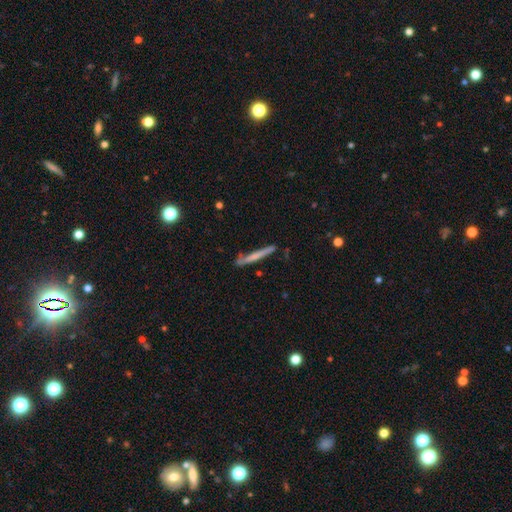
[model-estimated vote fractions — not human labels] smooth-or-featured: smooth: 52% | featured or disk: 42% | star or artifact: 6%
  how-rounded: cigar-shaped: 96% | in between: 2% | round: 1%
  merging: none: 78% | minor disturbance: 16% | major disturbance: 3% | merger: 3%